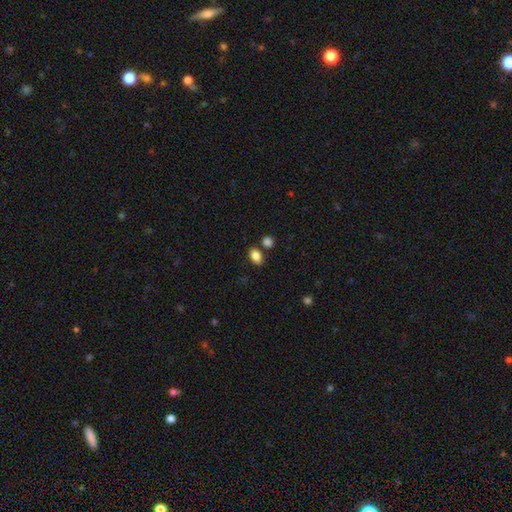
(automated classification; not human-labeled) smooth-or-featured: smooth: 86% | star or artifact: 9% | featured or disk: 5%
  how-rounded: in between: 82% | round: 17% | cigar-shaped: 1%
  merging: none: 75% | merger: 12% | minor disturbance: 10% | major disturbance: 3%